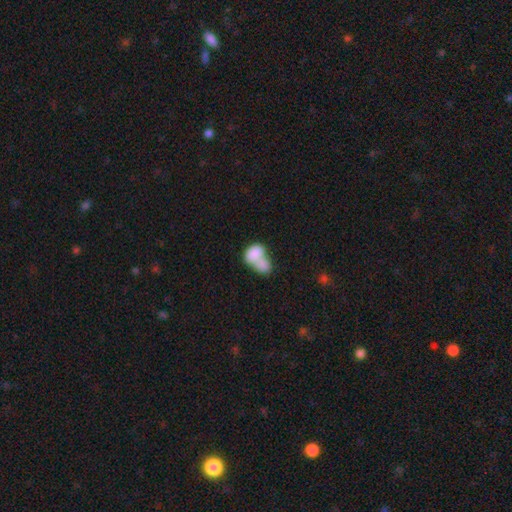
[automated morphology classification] smooth-or-featured: smooth: 79% | featured or disk: 14% | star or artifact: 7%
  how-rounded: in between: 84% | round: 15% | cigar-shaped: 2%
  merging: merger: 75% | none: 13% | minor disturbance: 7% | major disturbance: 5%